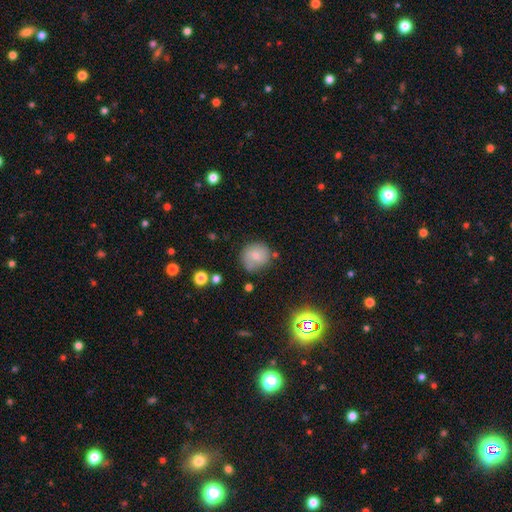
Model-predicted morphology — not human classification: Overall: smooth (70%). How rounded: round (86%). Merging: none (67%).